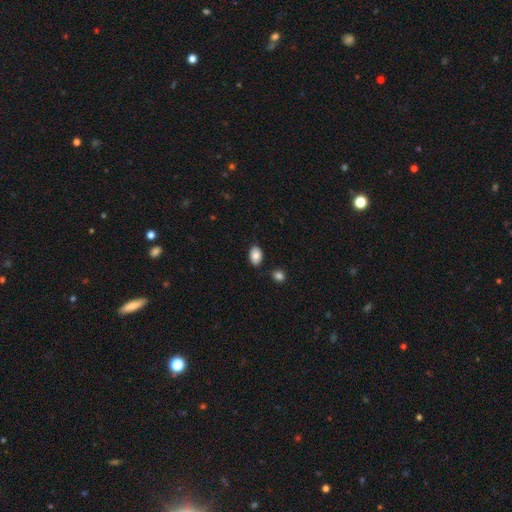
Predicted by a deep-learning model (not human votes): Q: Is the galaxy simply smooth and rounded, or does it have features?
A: smooth — 84%.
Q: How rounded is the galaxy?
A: in between — 89%.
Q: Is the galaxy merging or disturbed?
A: none — 84%.